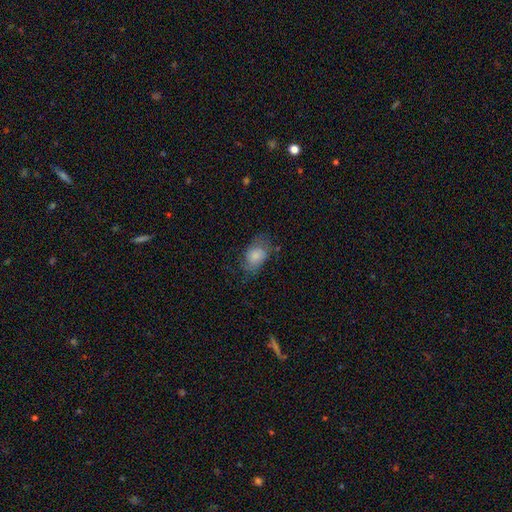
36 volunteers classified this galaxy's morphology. Overall: smooth (81%). How rounded: in between (79%). Merging: none (46%; minor disturbance 29%).